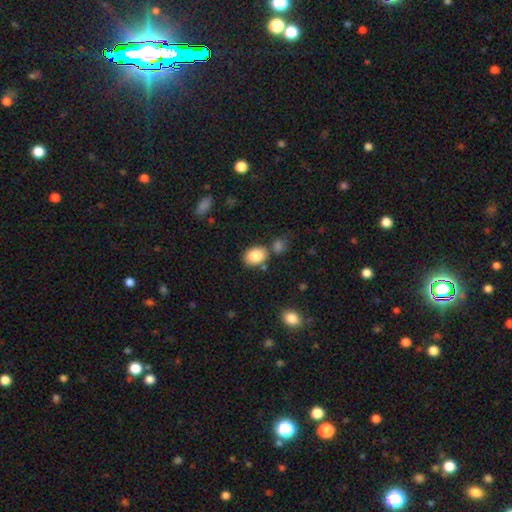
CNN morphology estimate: Q: Smooth or featured?
A: smooth (85%); runner-up: star or artifact (8%)
Q: How rounded?
A: in between (75%); runner-up: round (24%)
Q: Merging?
A: none (70%); runner-up: minor disturbance (13%)